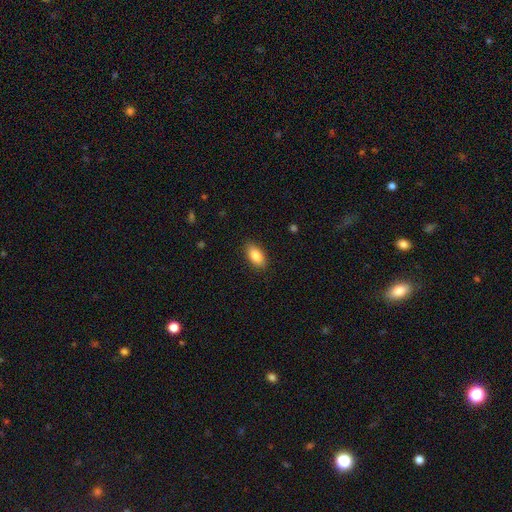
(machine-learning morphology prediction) This appears to be a smooth galaxy with no disk features (86%) that is in between round and cigar-shaped (91%). Merging: none (86%).